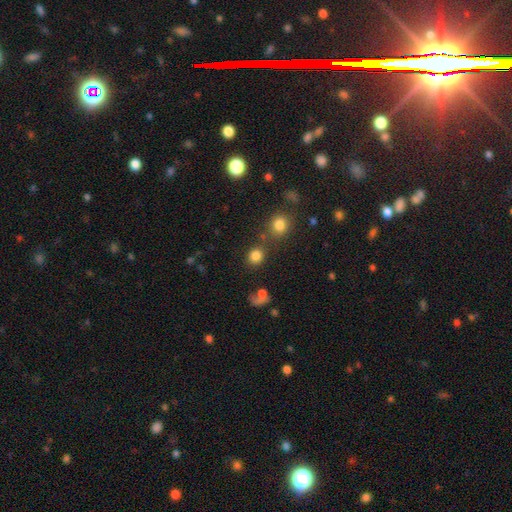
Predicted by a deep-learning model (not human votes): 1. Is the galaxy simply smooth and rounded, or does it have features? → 82% smooth, 13% star or artifact, 6% featured or disk.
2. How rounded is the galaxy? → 76% round, 22% in between, 1% cigar-shaped.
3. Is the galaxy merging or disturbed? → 73% none, 13% merger, 10% minor disturbance, 5% major disturbance.